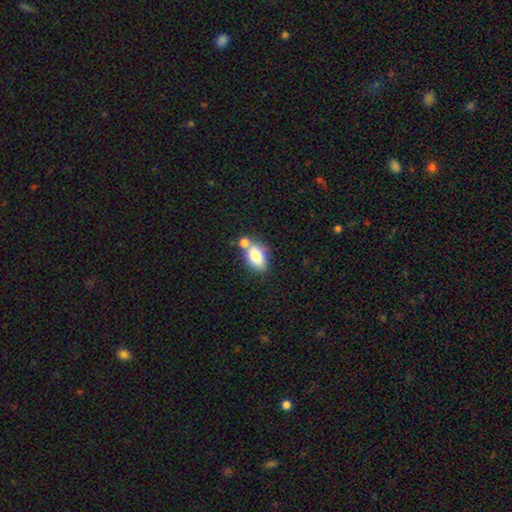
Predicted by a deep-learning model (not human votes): Smooth or featured: smooth — 77% (featured or disk — 15%)
How rounded: in between — 85% (round — 12%)
Merging: none — 42% (merger — 38%)